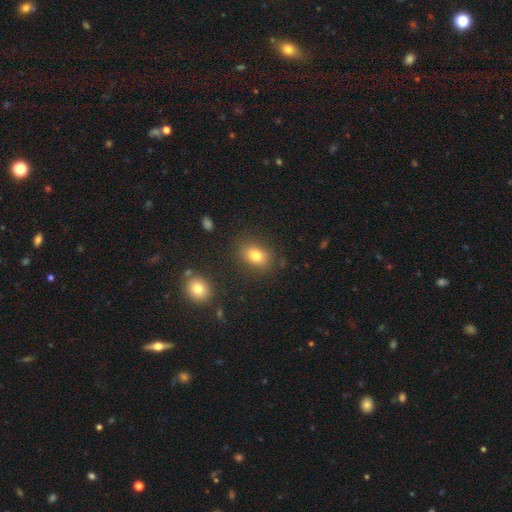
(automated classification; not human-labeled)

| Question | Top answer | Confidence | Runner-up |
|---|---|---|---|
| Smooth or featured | smooth | 79% | star or artifact (12%) |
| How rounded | in between | 67% | round (32%) |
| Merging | none | 82% | minor disturbance (11%) |